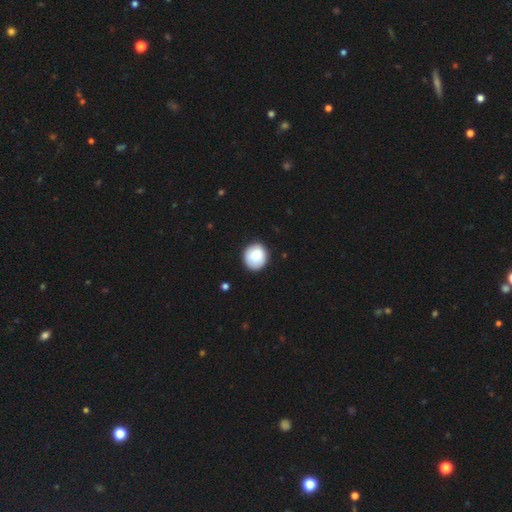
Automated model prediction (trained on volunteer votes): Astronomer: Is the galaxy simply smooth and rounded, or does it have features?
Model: smooth — 84%.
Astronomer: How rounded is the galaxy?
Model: round — 85%.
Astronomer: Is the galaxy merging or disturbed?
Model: none — 85%.